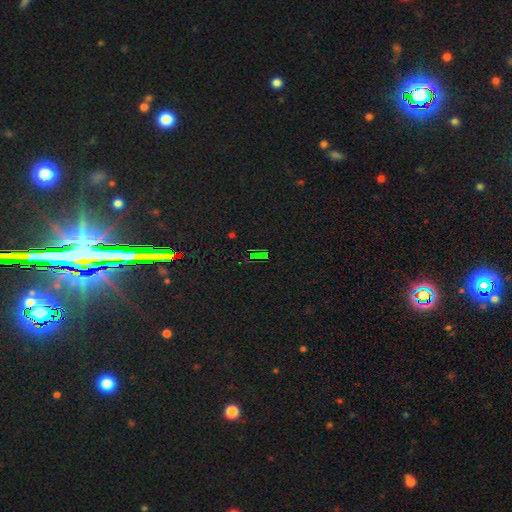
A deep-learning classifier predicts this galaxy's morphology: Overall: star or artifact (75%).